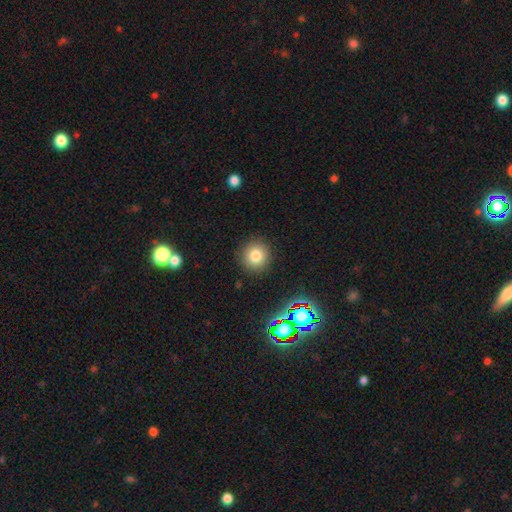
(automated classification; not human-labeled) Overall: smooth (79%). How rounded: round (92%). Merging: none (90%).